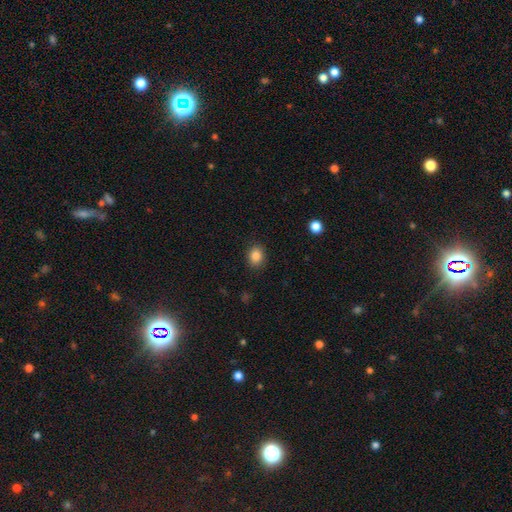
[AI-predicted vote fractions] A smooth galaxy with no disk features (85%) that is round (54%).

Vote fractions:
- Smooth or featured? smooth: 85% / star or artifact: 10% / featured or disk: 5%
- How rounded? round: 54% / in between: 45% / cigar-shaped: 1%
- Merging? none: 89% / minor disturbance: 8% / major disturbance: 2% / merger: 1%